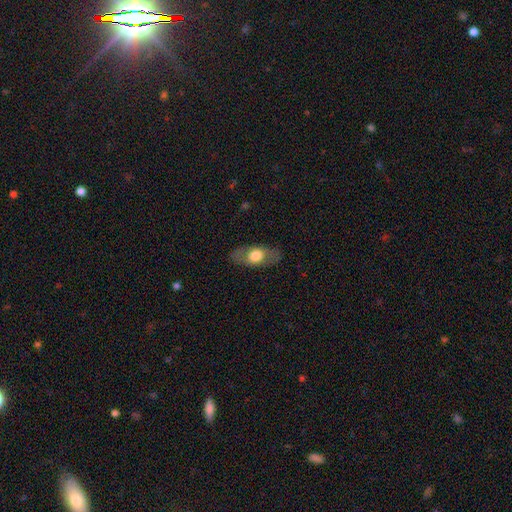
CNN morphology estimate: A smooth galaxy with no disk features (57%) that is in between round and cigar-shaped (83%). Merging: none (82%).